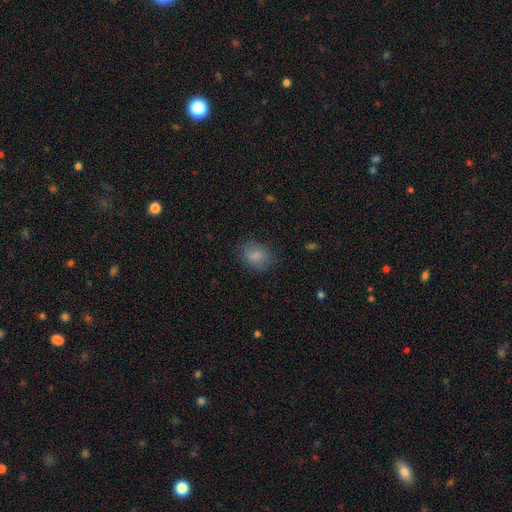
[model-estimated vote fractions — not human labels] Morphology: type=smooth (84%); roundness=in between (54%); merging=none (78%).